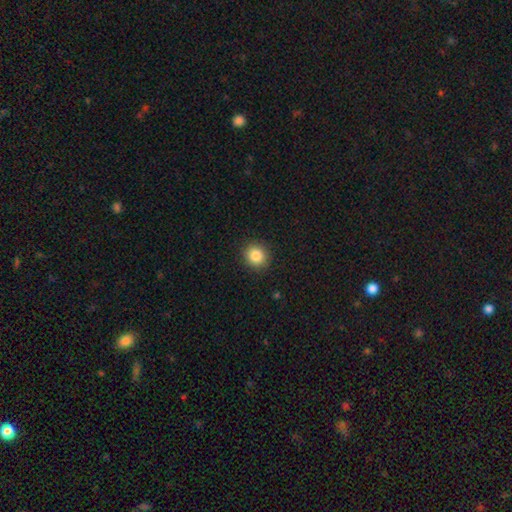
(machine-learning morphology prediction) Smooth or featured: smooth — 86% (star or artifact — 10%)
How rounded: round — 85% (in between — 14%)
Merging: none — 91% (minor disturbance — 6%)